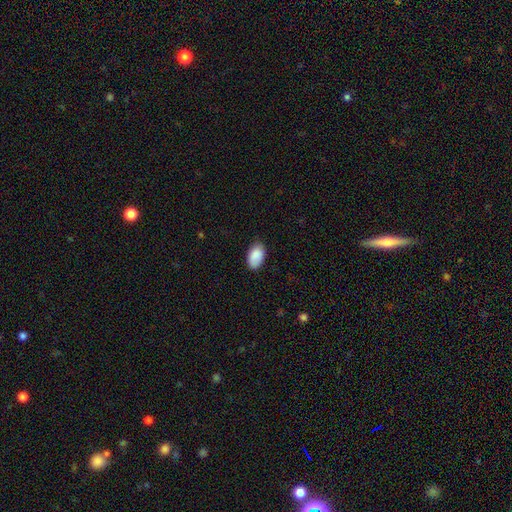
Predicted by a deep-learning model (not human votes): Q: Smooth or featured?
A: smooth (88%); runner-up: star or artifact (6%)
Q: How rounded?
A: in between (94%); runner-up: round (5%)
Q: Merging?
A: none (78%); runner-up: minor disturbance (18%)